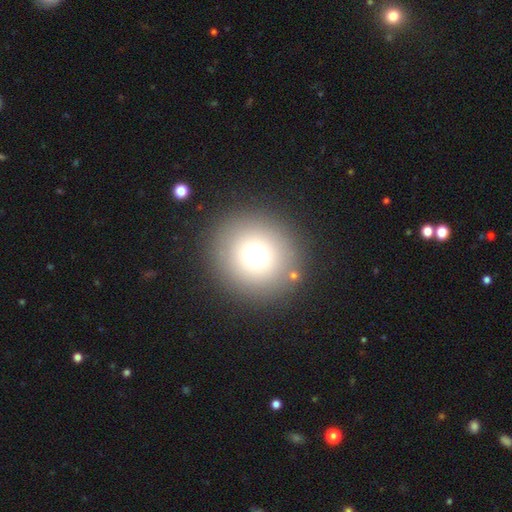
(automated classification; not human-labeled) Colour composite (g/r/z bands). It shows a smooth galaxy with no disk features (68%) that is round (92%). Merging: none (87%).